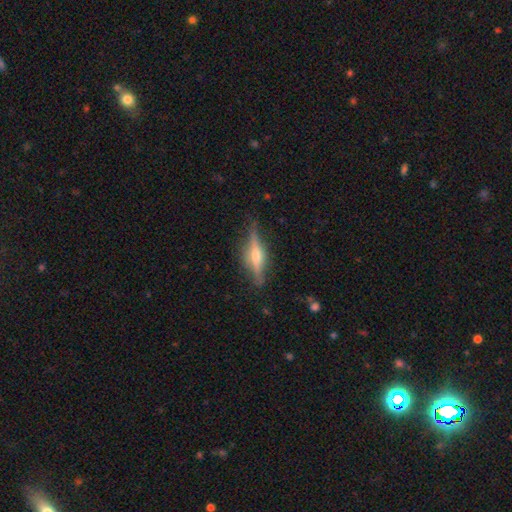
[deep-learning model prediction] smooth_or_featured: featured or disk (p=0.72) [alt: smooth p=0.20]
disk_edge_on: yes (p=0.96) [alt: no p=0.04]
edge_on_bulge: rounded (p=0.86) [alt: boxy p=0.10]
merging: none (p=0.83) [alt: minor disturbance p=0.12]